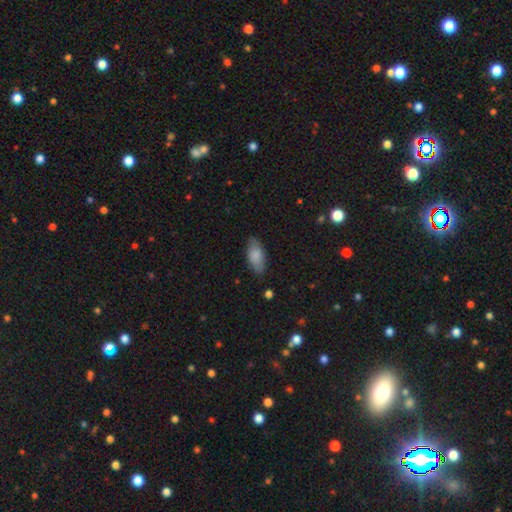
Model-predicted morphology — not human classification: A smooth galaxy with no disk features (80%) that is in between round and cigar-shaped (88%).

Vote fractions:
- Smooth or featured? smooth: 80% / featured or disk: 13% / star or artifact: 7%
- How rounded? in between: 88% / cigar-shaped: 9% / round: 3%
- Merging? none: 76% / minor disturbance: 19% / major disturbance: 4% / merger: 1%